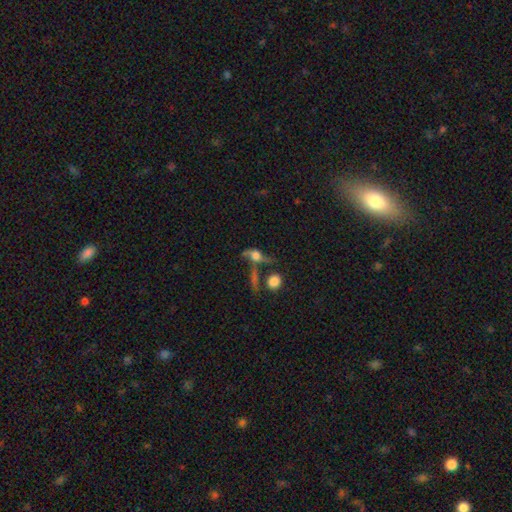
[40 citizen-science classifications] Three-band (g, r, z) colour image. It shows a featured or disk galaxy (60%) viewed edge-on (58%) with a rounded central bulge (93%). Merging: none (32%).